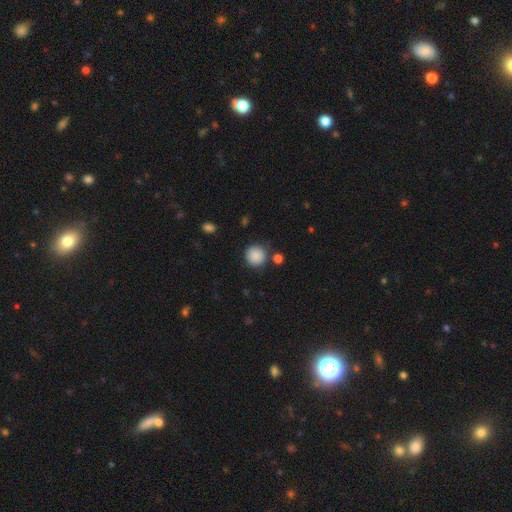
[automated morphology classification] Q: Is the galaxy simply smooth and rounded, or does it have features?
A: smooth — 88%.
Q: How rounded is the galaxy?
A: round — 94%.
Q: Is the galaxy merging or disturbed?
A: none — 81%.